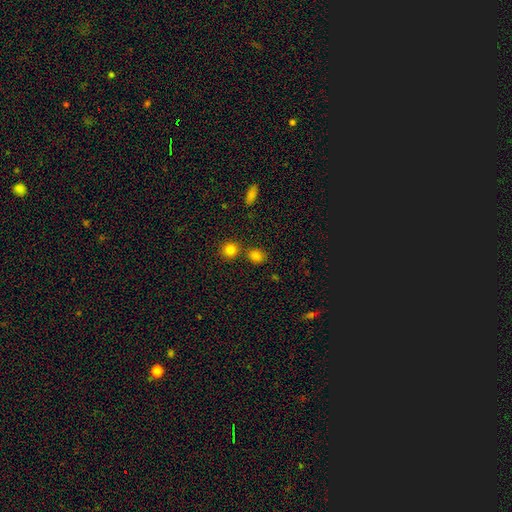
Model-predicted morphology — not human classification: This is clearly a smooth galaxy (81%). How rounded: likely round (64%). Merging: likely none (71%).